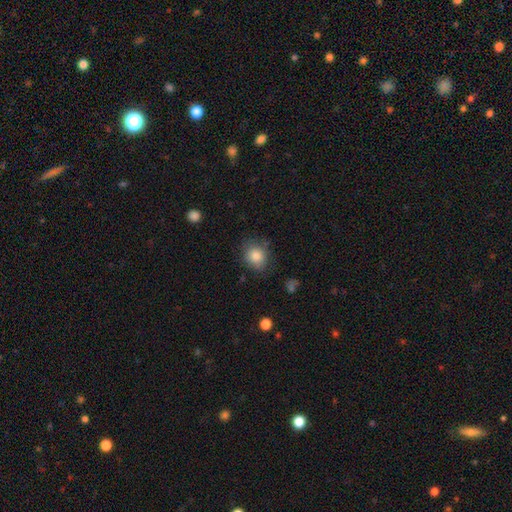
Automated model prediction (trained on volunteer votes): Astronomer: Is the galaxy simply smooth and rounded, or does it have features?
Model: smooth — 84%.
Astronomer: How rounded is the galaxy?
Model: round — 68%.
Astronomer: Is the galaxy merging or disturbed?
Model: none — 75%.